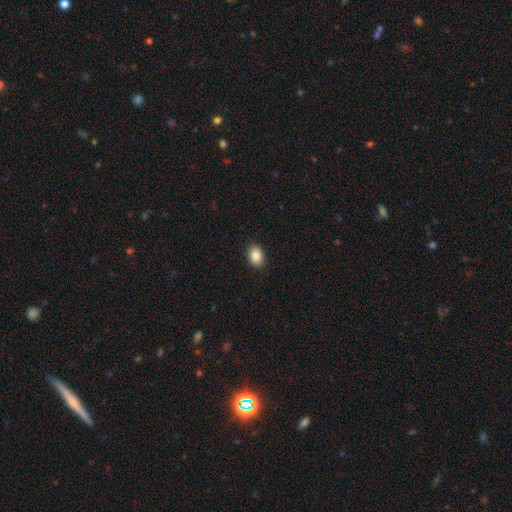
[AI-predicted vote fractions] Morphology: type=smooth (87%); roundness=in between (74%); merging=none (90%).